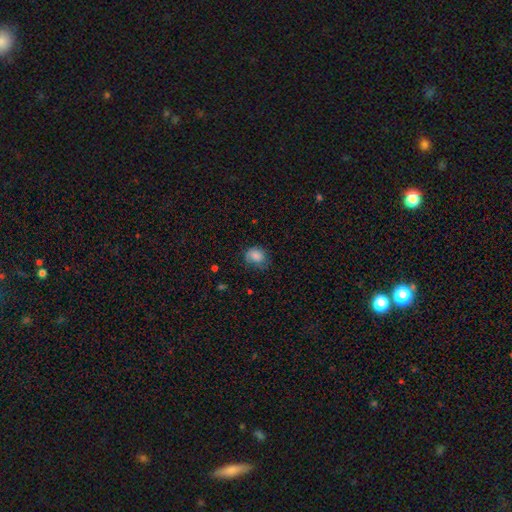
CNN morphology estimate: This appears to be a smooth galaxy with no disk features (81%) that is in between round and cigar-shaped (54%). Merging: none (56%).